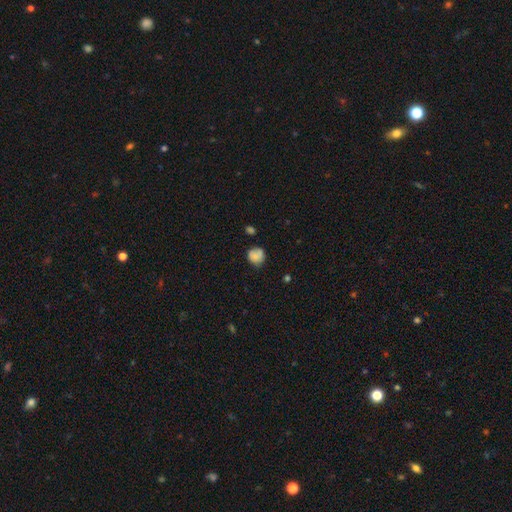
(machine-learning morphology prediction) Smooth or featured? smooth (81%)
How rounded? round (85%)
Merging? none (67%)